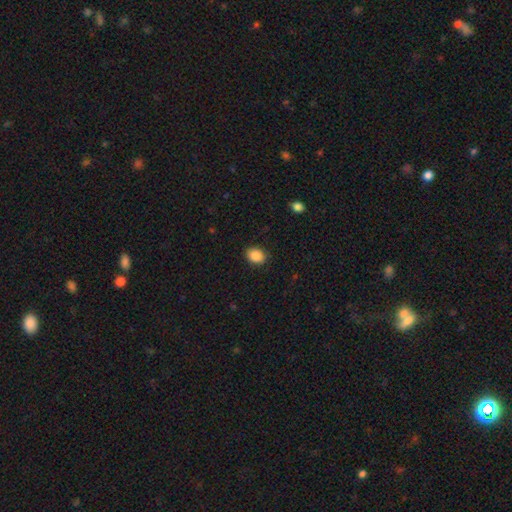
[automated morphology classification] This appears to be a smooth galaxy with no disk features (88%) that is in between round and cigar-shaped (62%). Merging: none (87%).